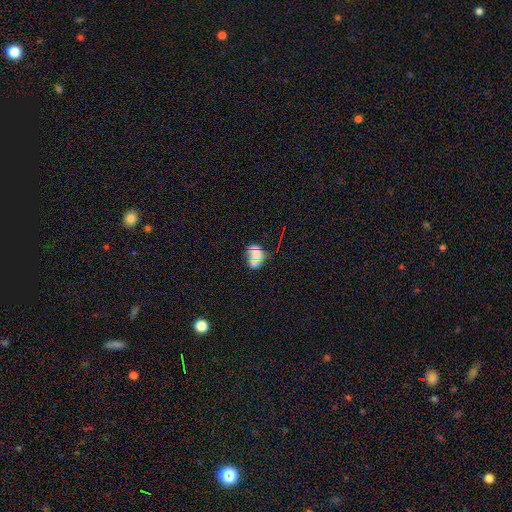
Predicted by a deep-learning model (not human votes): smooth_or_featured: smooth (p=0.57) [alt: star or artifact p=0.32]
how_rounded: round (p=0.62) [alt: in between p=0.35]
merging: none (p=0.72) [alt: minor disturbance p=0.14]